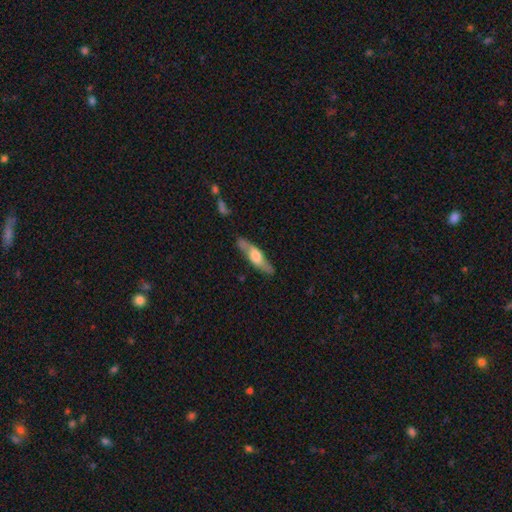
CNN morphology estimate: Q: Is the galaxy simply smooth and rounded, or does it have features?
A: featured or disk — 54%.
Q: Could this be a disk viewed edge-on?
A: yes — 74%.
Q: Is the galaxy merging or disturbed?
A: none — 80%.